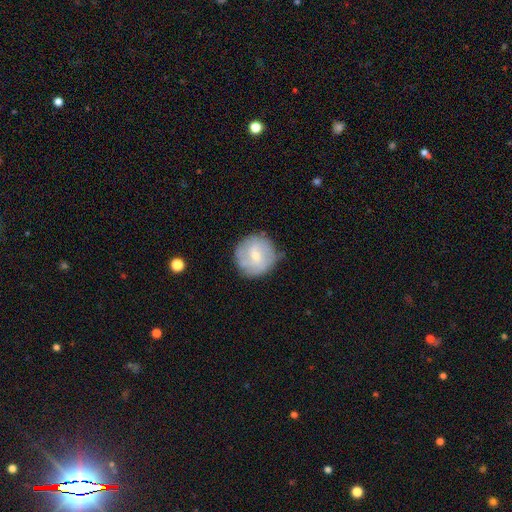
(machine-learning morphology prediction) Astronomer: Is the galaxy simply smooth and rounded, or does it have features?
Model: featured or disk — 47% (runner-up: smooth, 46%).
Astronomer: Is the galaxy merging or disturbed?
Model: none — 76%.